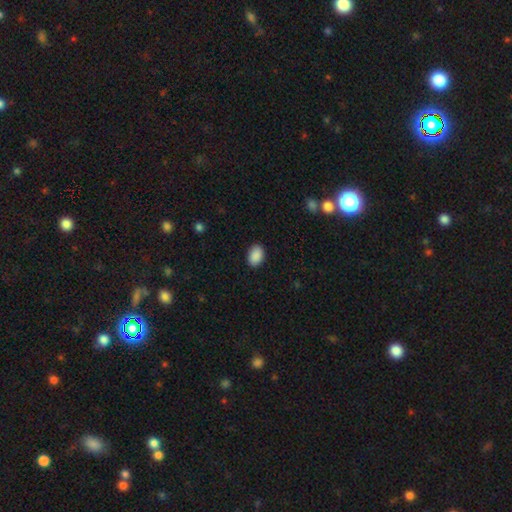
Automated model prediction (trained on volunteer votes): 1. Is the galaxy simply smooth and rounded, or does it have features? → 90% smooth, 7% star or artifact, 3% featured or disk.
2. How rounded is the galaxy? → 82% in between, 17% round, 1% cigar-shaped.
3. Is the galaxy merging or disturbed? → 89% none, 8% minor disturbance, 2% major disturbance, 1% merger.